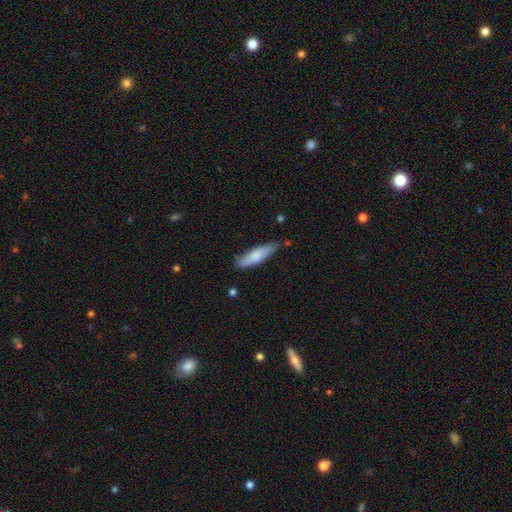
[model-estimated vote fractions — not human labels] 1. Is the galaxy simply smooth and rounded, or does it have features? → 78% smooth, 17% featured or disk, 5% star or artifact.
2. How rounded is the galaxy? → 66% cigar-shaped, 33% in between, 1% round.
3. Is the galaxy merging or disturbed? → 75% none, 19% minor disturbance, 3% major disturbance, 2% merger.